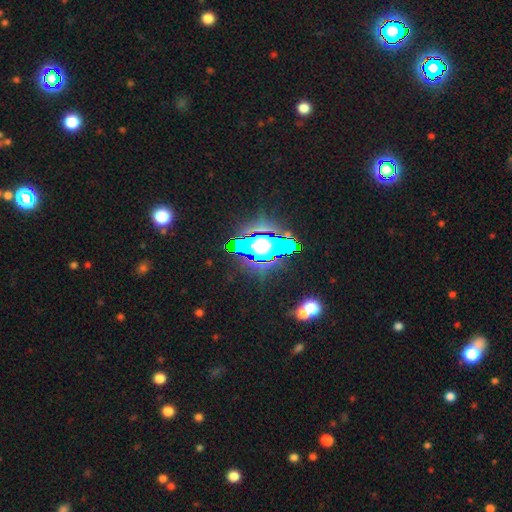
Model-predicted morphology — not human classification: smooth_or_featured: star or artifact (p=0.57) [alt: featured or disk p=0.23]